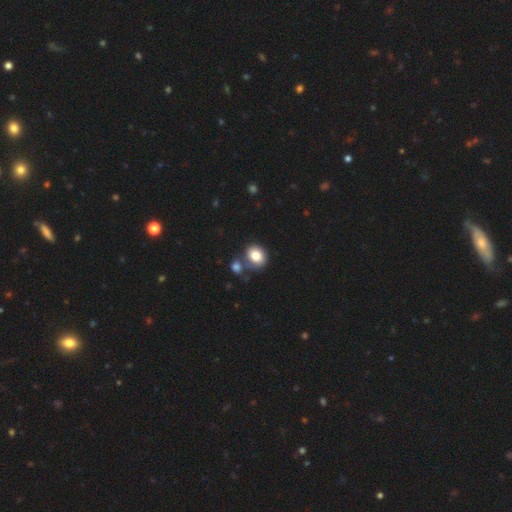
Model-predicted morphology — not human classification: Smooth or featured? Predicted: smooth (p=0.82). How rounded? Predicted: round (p=0.56). Merging? Predicted: none (p=0.57).